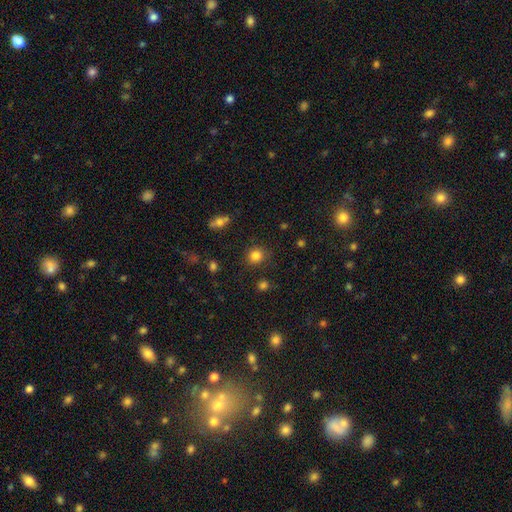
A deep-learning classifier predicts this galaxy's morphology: Smooth or featured? smooth (83%)
How rounded? round (84%)
Merging? none (85%)